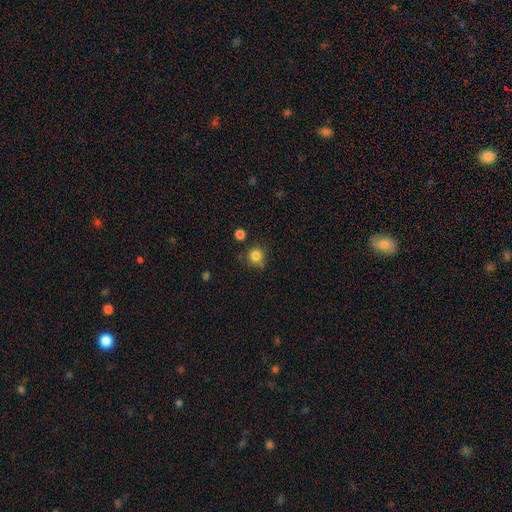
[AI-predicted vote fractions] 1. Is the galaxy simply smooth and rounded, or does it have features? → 83% smooth, 12% star or artifact, 5% featured or disk.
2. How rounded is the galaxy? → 92% round, 8% in between, 1% cigar-shaped.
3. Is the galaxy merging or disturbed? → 74% none, 15% minor disturbance, 6% merger, 4% major disturbance.